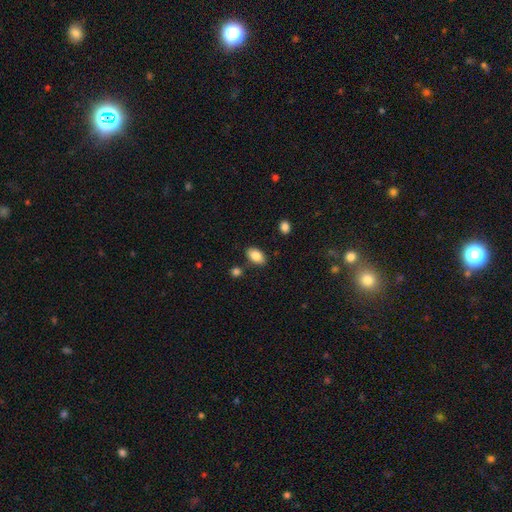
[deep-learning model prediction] smooth-or-featured: smooth: 86% | star or artifact: 7% | featured or disk: 6%
  how-rounded: in between: 91% | round: 8% | cigar-shaped: 1%
  merging: none: 83% | minor disturbance: 11% | merger: 4% | major disturbance: 3%